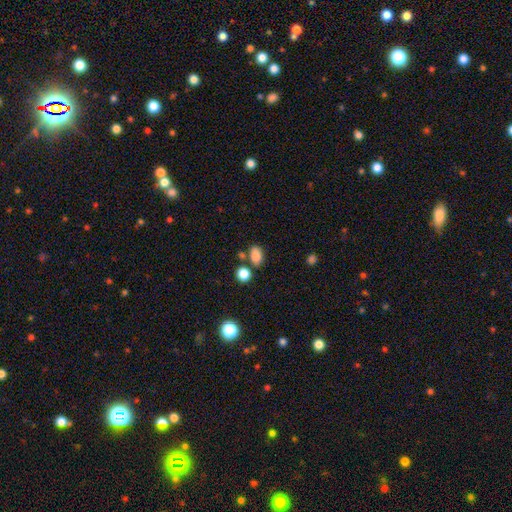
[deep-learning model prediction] Q: Smooth or featured?
A: smooth (84%); runner-up: star or artifact (11%)
Q: How rounded?
A: in between (79%); runner-up: round (19%)
Q: Merging?
A: none (67%); runner-up: merger (15%)